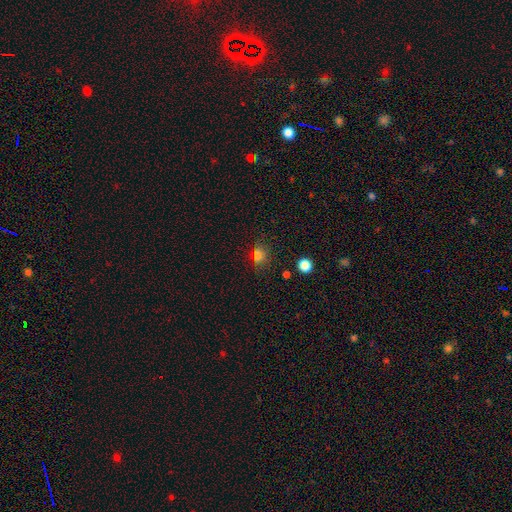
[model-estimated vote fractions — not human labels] A smooth galaxy with no disk features (75%) that is in between round and cigar-shaped (55%). Merging: none (76%).